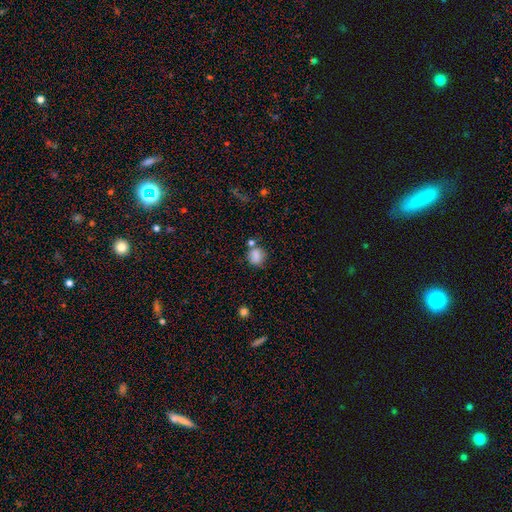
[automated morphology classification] A smooth galaxy with no disk features (80%) that is round (63%).

Vote fractions:
- Smooth or featured? smooth: 80% / star or artifact: 11% / featured or disk: 9%
- How rounded? round: 63% / in between: 35% / cigar-shaped: 1%
- Merging? none: 57% / minor disturbance: 19% / merger: 17% / major disturbance: 6%